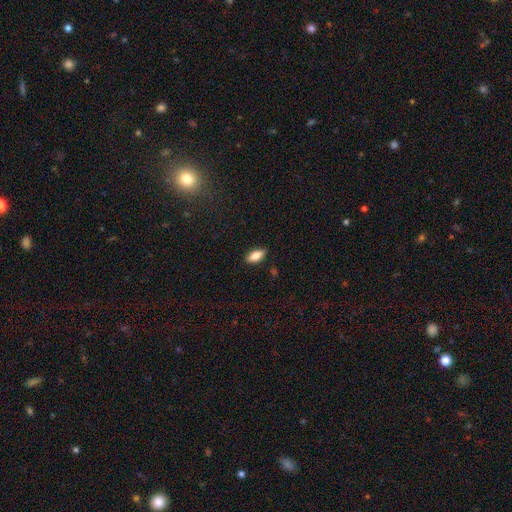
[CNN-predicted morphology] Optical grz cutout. It shows a smooth galaxy with no disk features (81%) that is in between round and cigar-shaped (86%). Merging: none (87%).